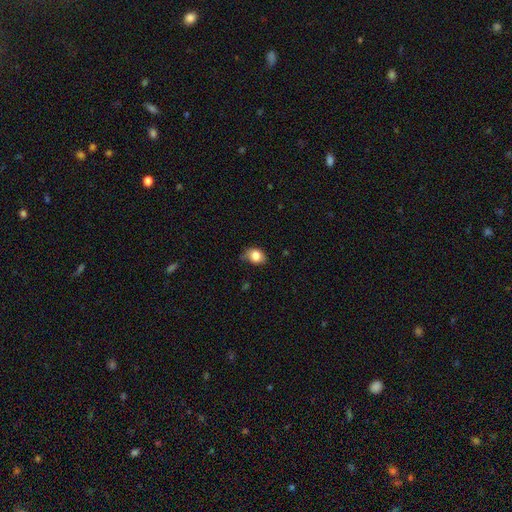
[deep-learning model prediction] smooth 82%, featured or disk 10%, star or artifact 9%. Down the decision tree: how rounded — in between (59%); merging — none (57%).